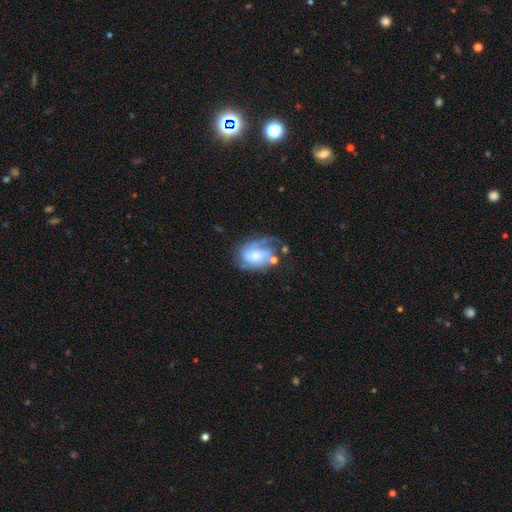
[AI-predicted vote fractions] Smooth or featured: featured or disk — 70% (smooth — 23%)
Edge-on disk: no — 97% (yes — 3%)
Bar: no — 57% (weak — 34%)
Spiral arms: yes — 86% (no — 14%)
Spiral winding: medium — 42% (tight — 33%)
Spiral arm count: 2 — 39% (1 — 26%)
Bulge size: moderate — 44% (small — 35%)
Merging: none — 42% (major disturbance — 25%)